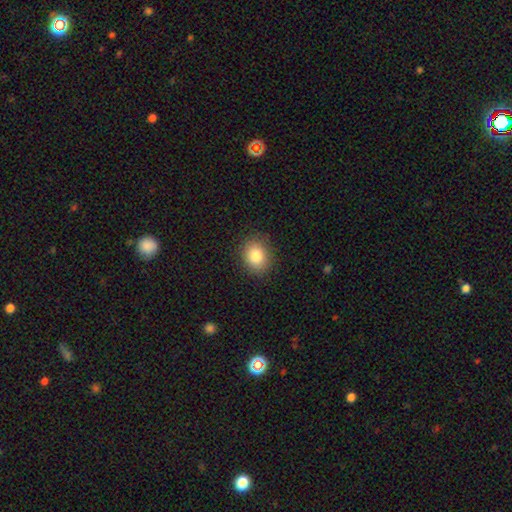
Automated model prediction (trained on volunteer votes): The model was most divided on "how rounded": round: 55%, in between: 44%, cigar-shaped: 1%. More confident: merging — none (88%); smooth or featured — smooth (84%).